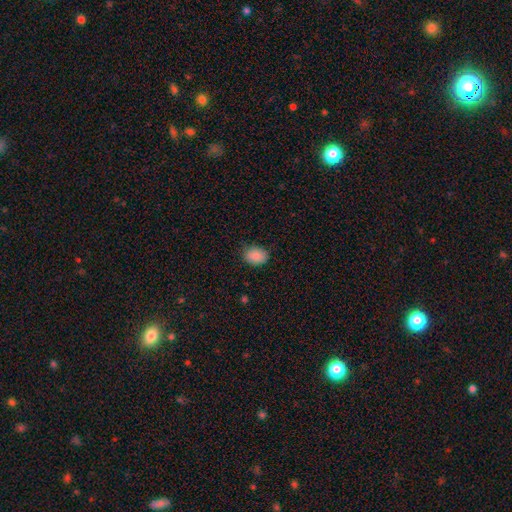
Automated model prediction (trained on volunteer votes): Overall: smooth (89%). How rounded: in between (69%; round 30%). Merging: none (79%).